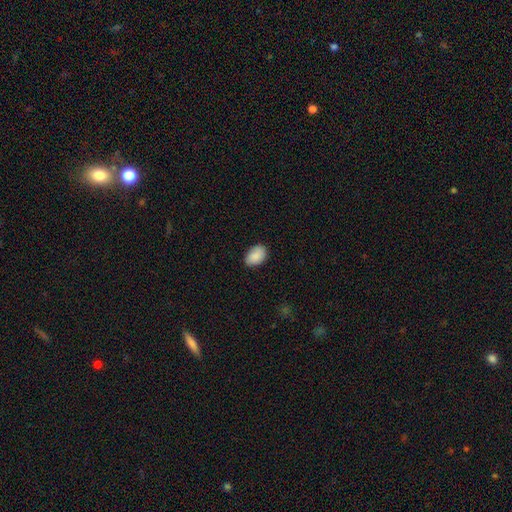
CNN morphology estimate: Smooth or featured? smooth (90%)
How rounded? in between (87%)
Merging? none (85%)